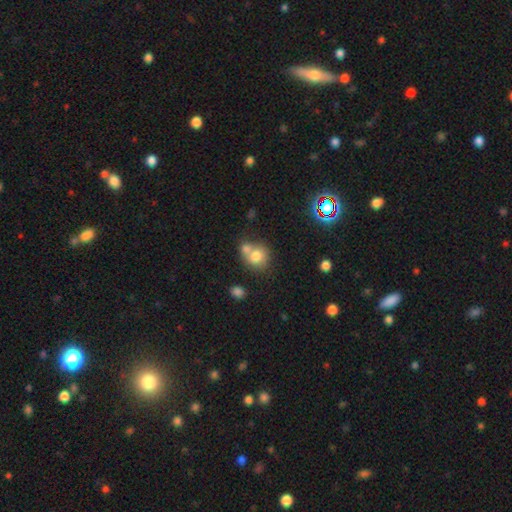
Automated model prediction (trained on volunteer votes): smooth_or_featured: smooth (p=0.75) [alt: featured or disk p=0.14]
how_rounded: round (p=0.76) [alt: in between p=0.23]
merging: merger (p=0.47) [alt: none p=0.39]